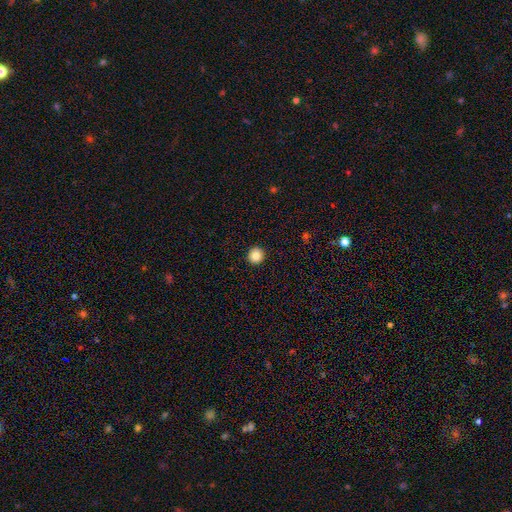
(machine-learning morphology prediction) The model was most divided on "smooth or featured": smooth: 85%, star or artifact: 10%, featured or disk: 5%. More confident: how rounded — round (94%); merging — none (94%).